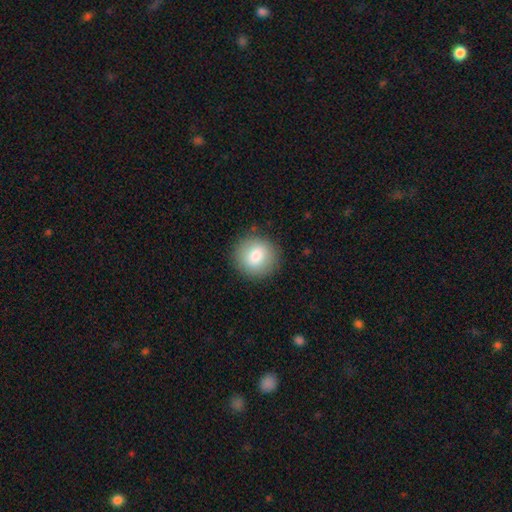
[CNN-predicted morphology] smooth_or_featured: smooth (p=0.80) [alt: featured or disk p=0.11]
how_rounded: round (p=0.92) [alt: in between p=0.07]
merging: none (p=0.89) [alt: minor disturbance p=0.07]